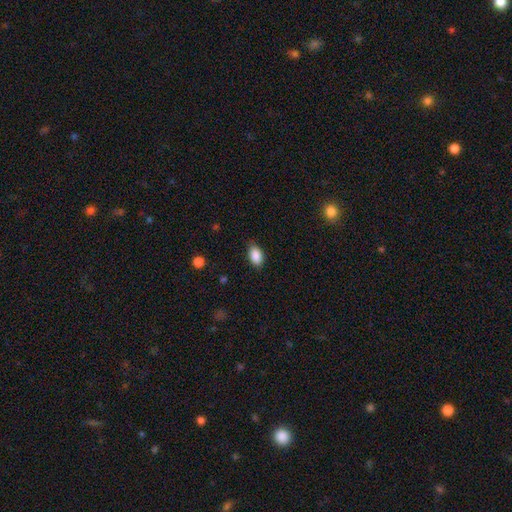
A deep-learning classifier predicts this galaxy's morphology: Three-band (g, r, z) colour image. It shows a smooth galaxy with no disk features (88%) that is in between round and cigar-shaped (91%). Merging: none (81%).